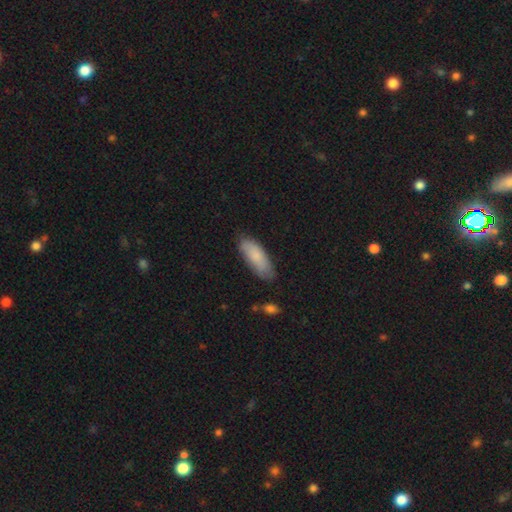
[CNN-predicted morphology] smooth 82%, featured or disk 12%, star or artifact 6%. Down the decision tree: how rounded — in between (70%); merging — none (73%).